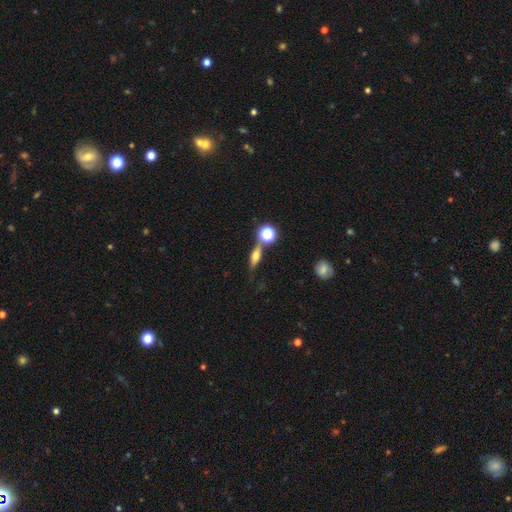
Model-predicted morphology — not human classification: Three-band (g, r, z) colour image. It shows a featured or disk galaxy (47%). Merging: none (68%).